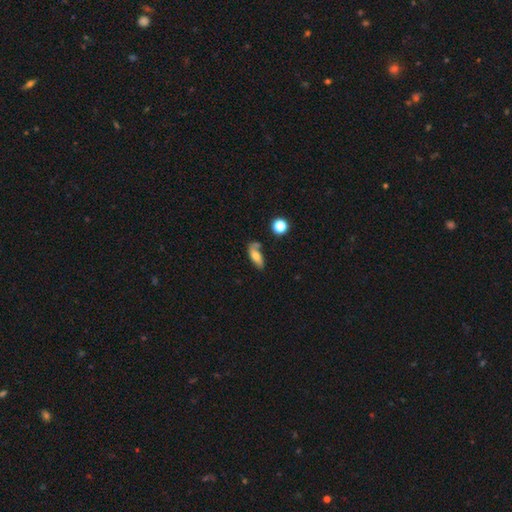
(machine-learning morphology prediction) Smooth or featured: smooth — 61% (featured or disk — 30%)
How rounded: in between — 75% (cigar-shaped — 20%)
Merging: none — 56% (minor disturbance — 24%)